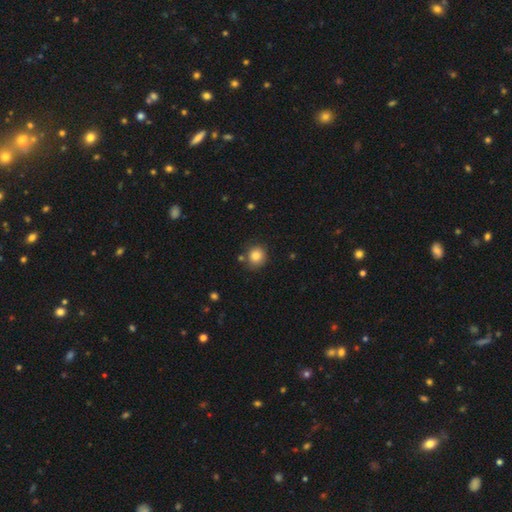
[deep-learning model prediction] Smooth or featured: smooth — 84% (star or artifact — 10%)
How rounded: round — 86% (in between — 13%)
Merging: none — 80% (minor disturbance — 11%)